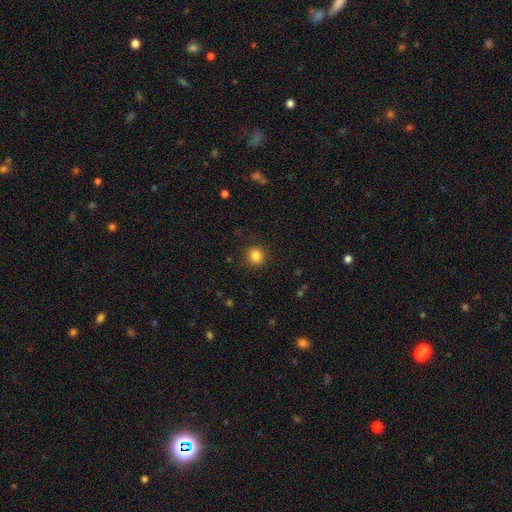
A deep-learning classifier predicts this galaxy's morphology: smooth_or_featured: smooth (p=0.84) [alt: star or artifact p=0.11]
how_rounded: round (p=0.87) [alt: in between p=0.13]
merging: none (p=0.89) [alt: minor disturbance p=0.08]